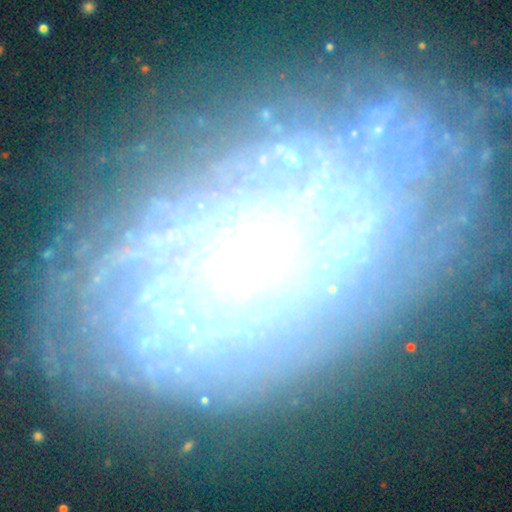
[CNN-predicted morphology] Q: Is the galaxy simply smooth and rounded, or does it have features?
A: featured or disk — 83%.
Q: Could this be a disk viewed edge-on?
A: no — 93%.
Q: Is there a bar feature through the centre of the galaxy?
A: no — 66%.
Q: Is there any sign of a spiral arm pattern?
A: yes — 92%.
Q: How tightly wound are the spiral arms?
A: tight — 80%.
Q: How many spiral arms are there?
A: can't tell — 44%.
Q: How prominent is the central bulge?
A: moderate — 47%.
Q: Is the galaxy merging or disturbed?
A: none — 73%.